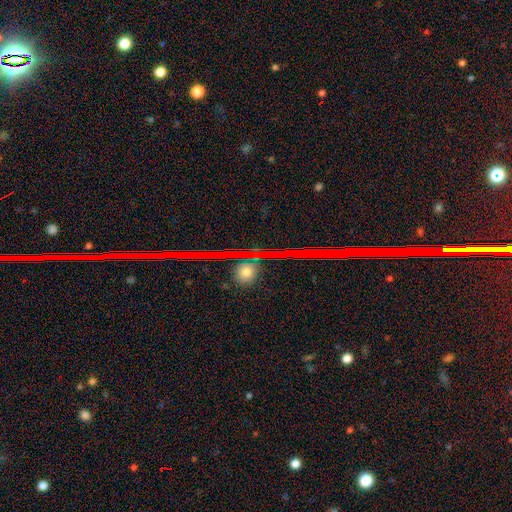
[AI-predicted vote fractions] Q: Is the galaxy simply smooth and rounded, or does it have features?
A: star or artifact — 82%.